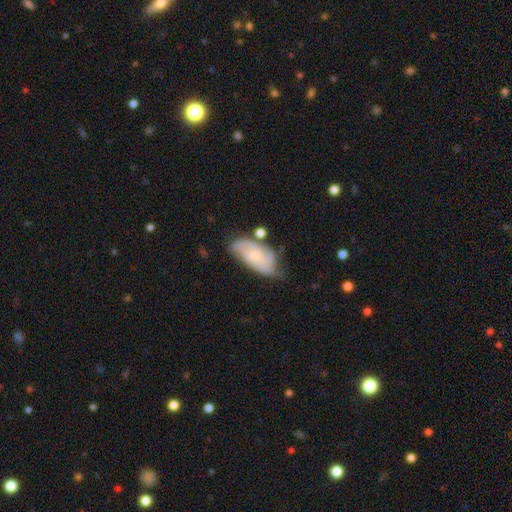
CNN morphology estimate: featured or disk 60%, smooth 33%, star or artifact 7%. Down the decision tree: edge-on disk — no (94%); bar — no (69%); spiral arms — yes (87%); bulge size — small (72%); merging — none (55%).